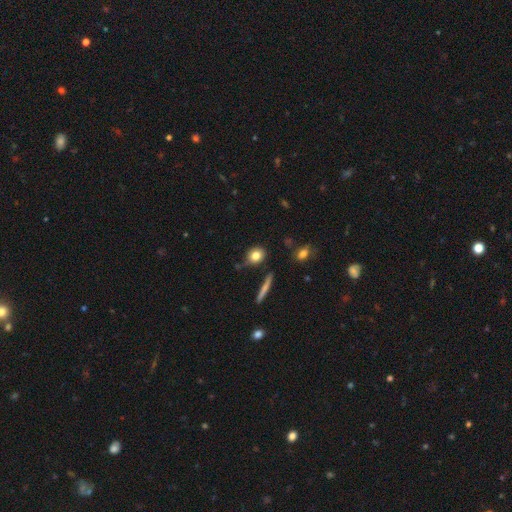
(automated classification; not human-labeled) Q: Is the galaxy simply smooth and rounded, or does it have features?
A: smooth — 80%.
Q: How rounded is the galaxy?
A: round — 67%.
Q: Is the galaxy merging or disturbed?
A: none — 75%.